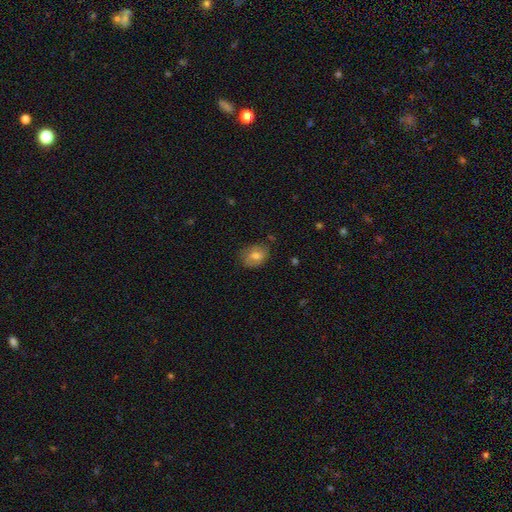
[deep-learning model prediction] Overall: smooth (61%; featured or disk 29%). How rounded: in between (64%; round 35%). Merging: none (71%).